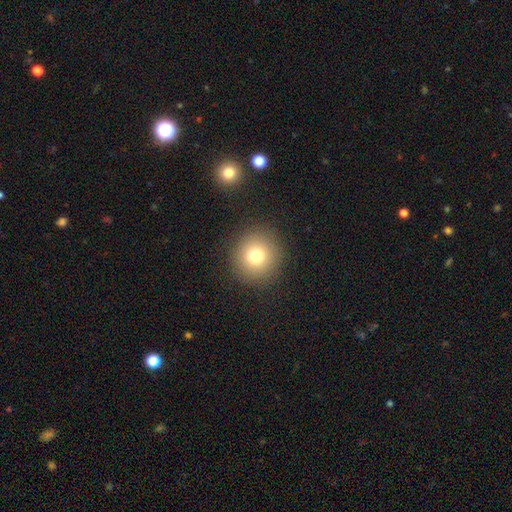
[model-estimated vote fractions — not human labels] Q: Smooth or featured?
A: smooth (78%); runner-up: star or artifact (13%)
Q: How rounded?
A: round (93%); runner-up: in between (6%)
Q: Merging?
A: none (90%); runner-up: minor disturbance (6%)